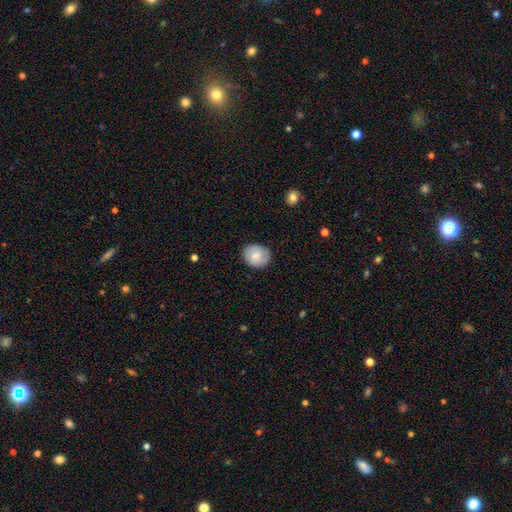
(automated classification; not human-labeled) smooth-or-featured: smooth: 78% | featured or disk: 16% | star or artifact: 7%
  how-rounded: round: 60% | in between: 39% | cigar-shaped: 1%
  merging: none: 83% | minor disturbance: 13% | major disturbance: 3% | merger: 1%